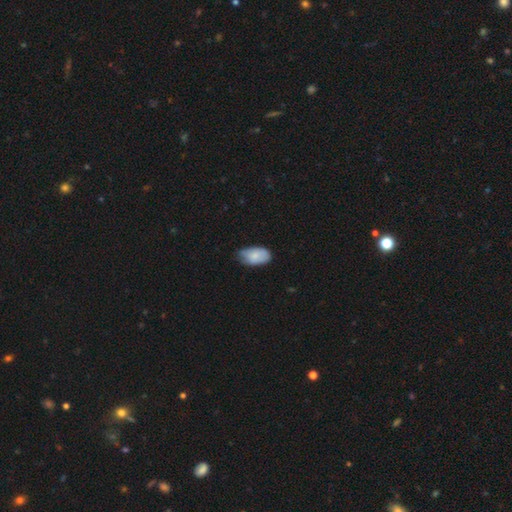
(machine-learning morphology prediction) The model was most divided on "merging": none: 55%, minor disturbance: 38%, major disturbance: 6%, merger: 1%. More confident: how rounded — in between (94%); smooth or featured — smooth (80%).